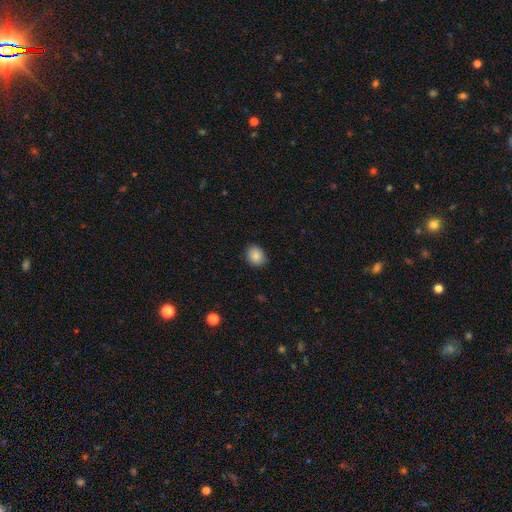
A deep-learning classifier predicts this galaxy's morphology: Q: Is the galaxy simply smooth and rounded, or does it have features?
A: smooth — 87%.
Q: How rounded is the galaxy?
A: round — 58%.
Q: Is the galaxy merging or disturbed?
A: none — 87%.